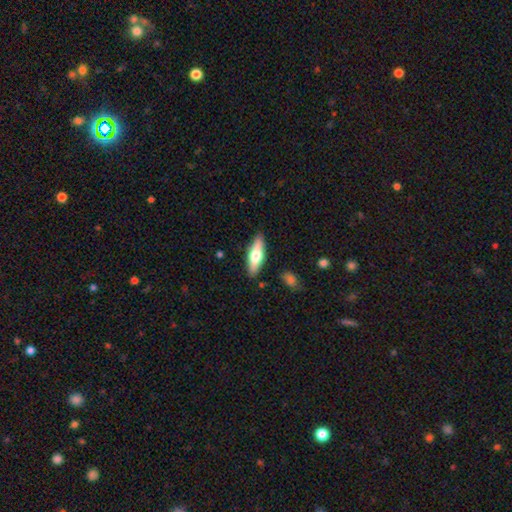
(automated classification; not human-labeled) Overall: smooth (51%; featured or disk 43%). How rounded: in between (50%; cigar-shaped 47%). Merging: none (87%).